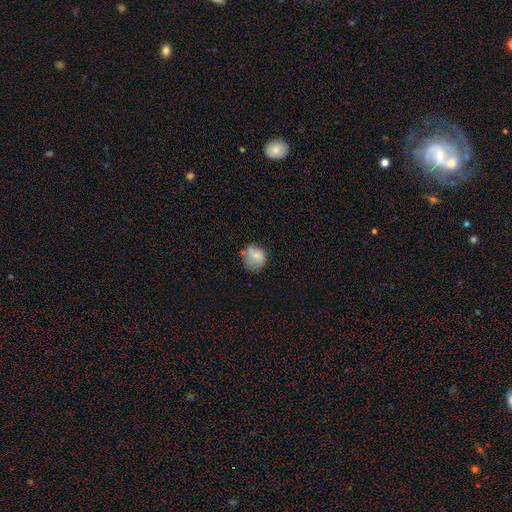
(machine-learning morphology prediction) smooth 73%, featured or disk 18%, star or artifact 9%. Down the decision tree: how rounded — round (76%); merging — none (53%).